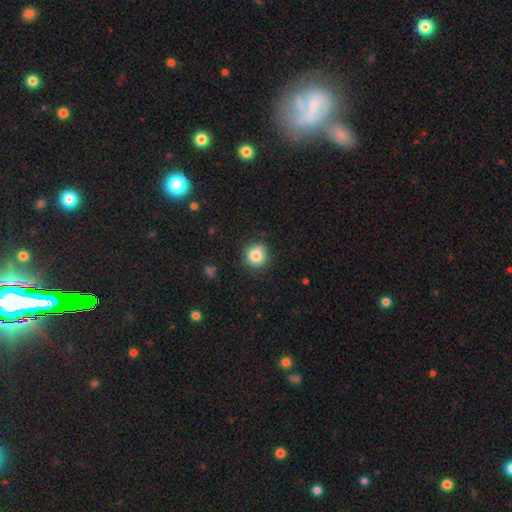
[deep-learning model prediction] A smooth galaxy with no disk features (83%) that is round (90%). Merging: none (87%).